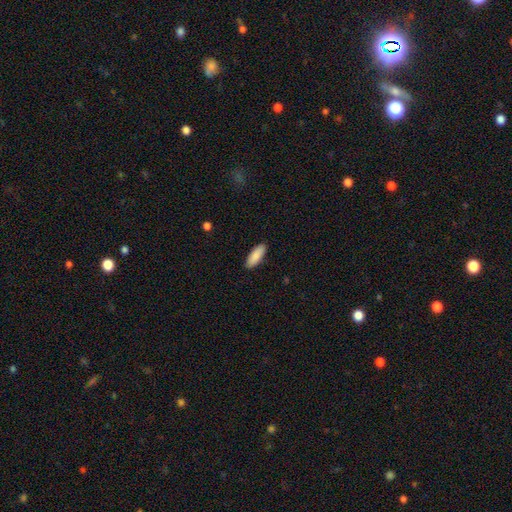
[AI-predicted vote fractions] smooth_or_featured: smooth (p=0.89) [alt: star or artifact p=0.06]
how_rounded: in between (p=0.67) [alt: cigar-shaped p=0.31]
merging: none (p=0.90) [alt: minor disturbance p=0.07]